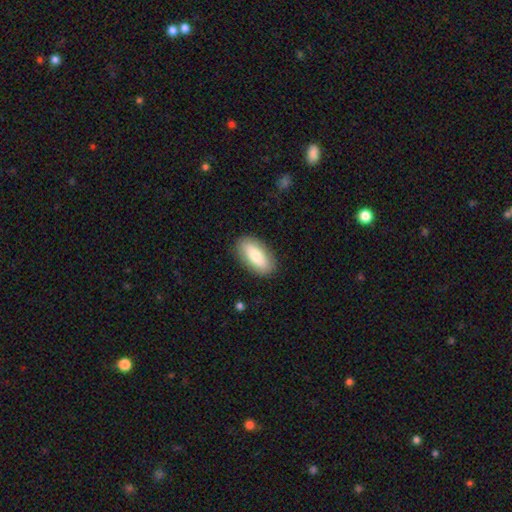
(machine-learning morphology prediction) Smooth or featured? smooth (75%)
How rounded? in between (90%)
Merging? none (86%)